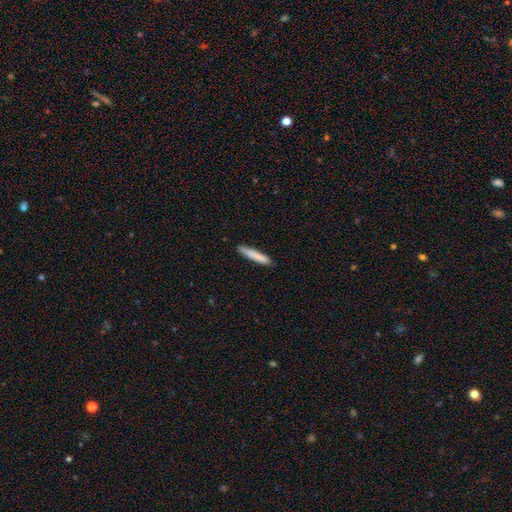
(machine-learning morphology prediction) This appears to be a smooth galaxy with no disk features (83%) that is cigar-shaped (93%). Merging: none (89%).